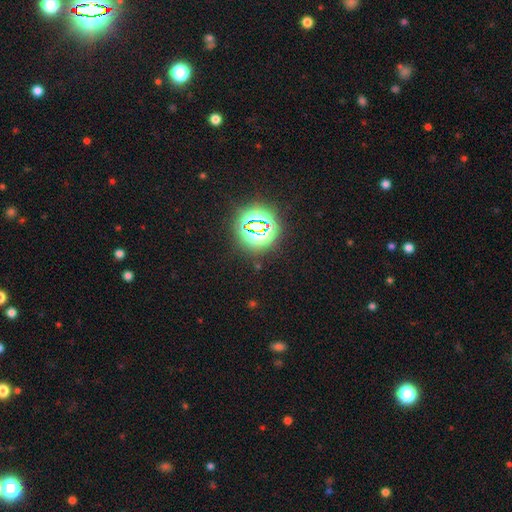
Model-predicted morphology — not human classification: The model was most divided on "smooth or featured": star or artifact: 83%, smooth: 11%, featured or disk: 6%.